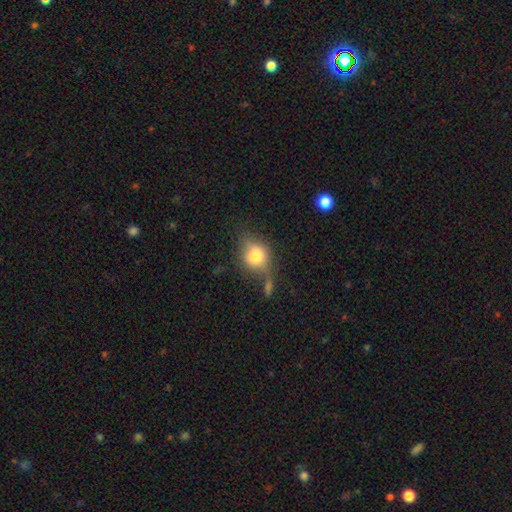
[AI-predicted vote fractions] Smooth or featured? Predicted: smooth (p=0.66). How rounded? Predicted: round (p=0.63). Merging? Predicted: none (p=0.50).